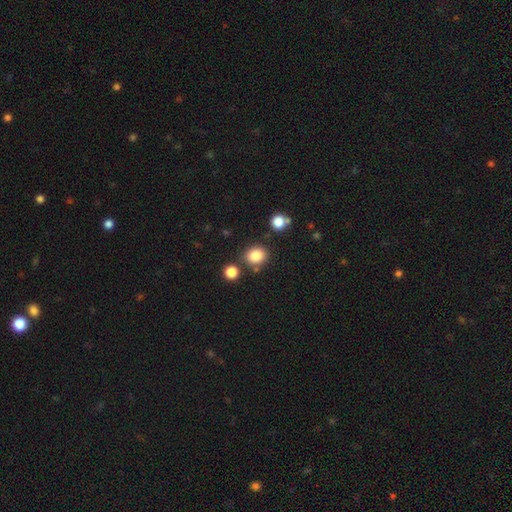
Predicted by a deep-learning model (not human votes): Morphology: type=smooth (84%); roundness=round (71%); merging=none (78%).